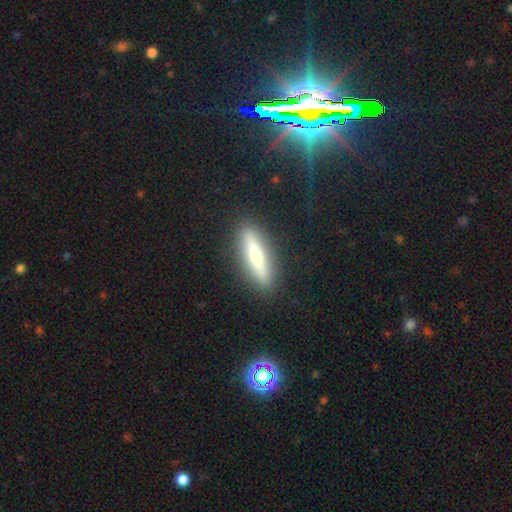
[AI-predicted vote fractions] Smooth or featured?
  - smooth: 55% *
  - featured or disk: 39%
  - star or artifact: 7%
How rounded?
  - cigar-shaped: 79% *
  - in between: 19%
  - round: 2%
Merging?
  - none: 89% *
  - minor disturbance: 7%
  - major disturbance: 2%
  - merger: 1%